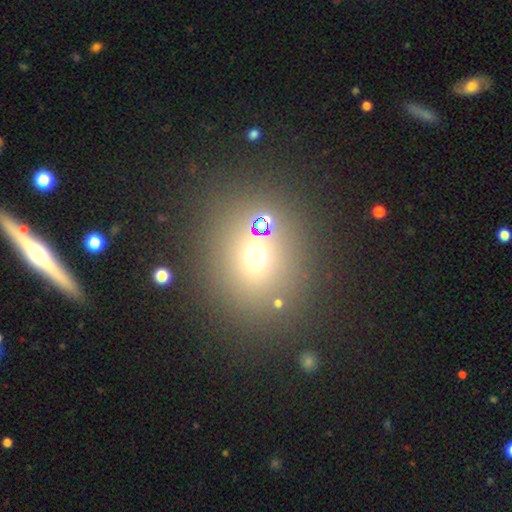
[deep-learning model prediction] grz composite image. It shows a smooth galaxy with no disk features (59%) that is round (76%). Merging: none (77%).